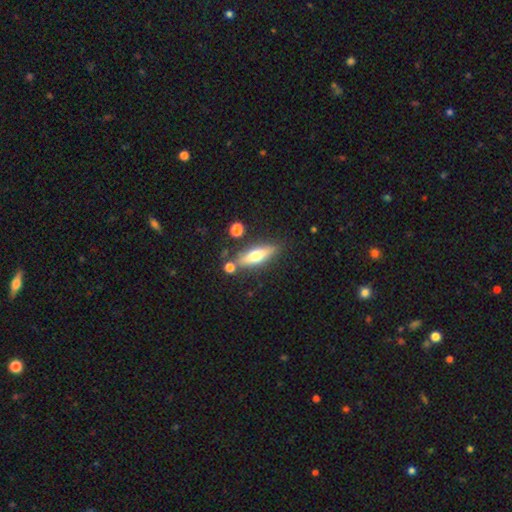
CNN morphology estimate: Smooth or featured? smooth (51%)
How rounded? cigar-shaped (59%)
Merging? none (77%)